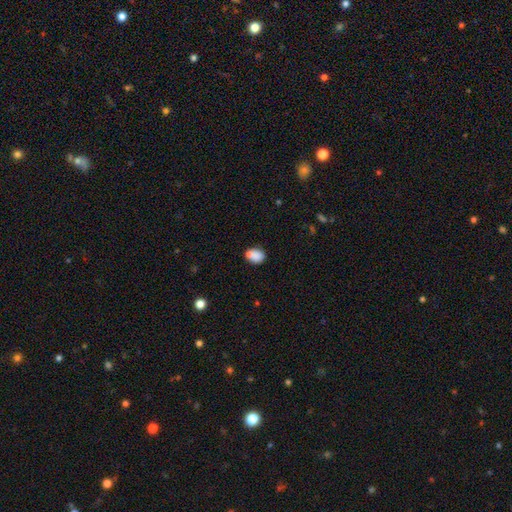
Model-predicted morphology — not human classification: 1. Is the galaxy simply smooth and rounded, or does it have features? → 82% smooth, 9% star or artifact, 9% featured or disk.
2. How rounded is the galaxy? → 63% in between, 36% round, 1% cigar-shaped.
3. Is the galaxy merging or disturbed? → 53% none, 25% merger, 17% minor disturbance, 5% major disturbance.